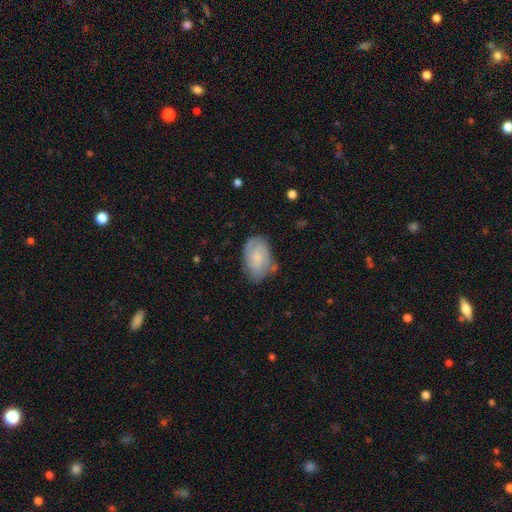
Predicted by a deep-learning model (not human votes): The model was most divided on "smooth or featured": smooth: 53%, featured or disk: 38%, star or artifact: 9%. More confident: how rounded — in between (89%); merging — none (68%).